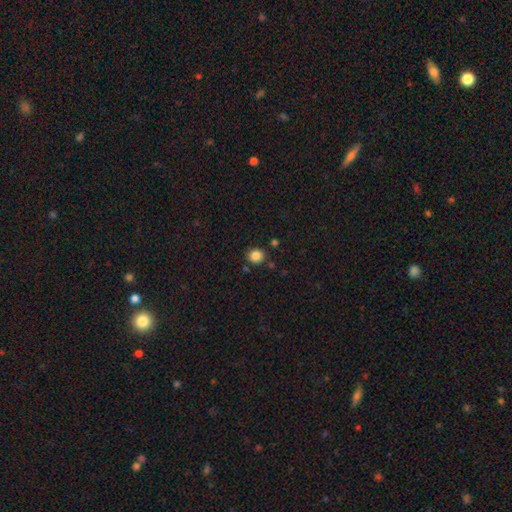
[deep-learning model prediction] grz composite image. It shows a smooth galaxy with no disk features (85%) that is round (82%). Merging: none (85%).